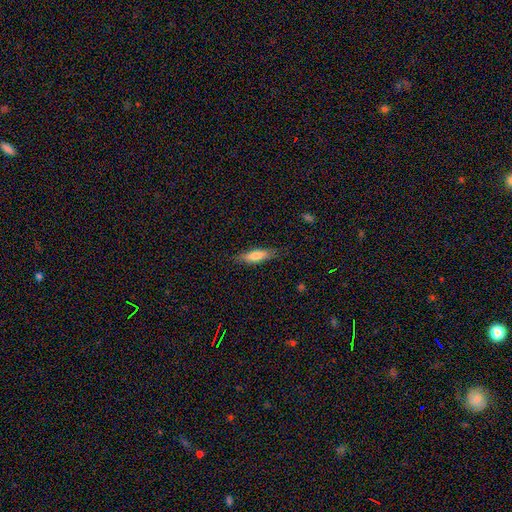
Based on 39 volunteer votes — smooth-or-featured: smooth: 92% | featured or disk: 5% | star or artifact: 3%
  how-rounded: in between: 67% | cigar-shaped: 33% | round: 0%
  merging: none: 76% | minor disturbance: 18% | major disturbance: 3% | merger: 3%